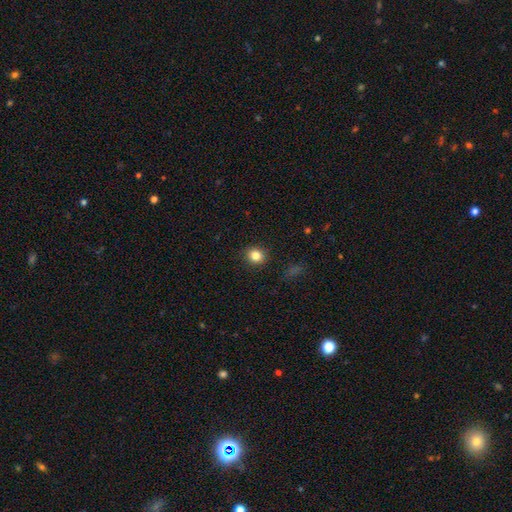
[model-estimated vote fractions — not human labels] This is clearly a smooth galaxy (83%). How rounded: likely round (78%). Merging: clearly none (90%).